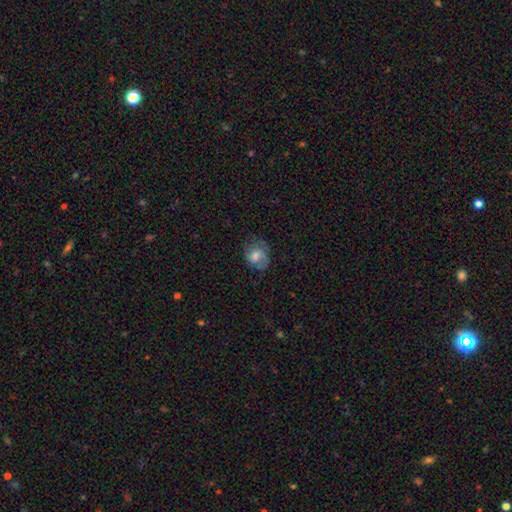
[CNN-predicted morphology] Q: Smooth or featured?
A: smooth (60%); runner-up: featured or disk (30%)
Q: How rounded?
A: round (50%); runner-up: in between (48%)
Q: Merging?
A: none (60%); runner-up: minor disturbance (25%)